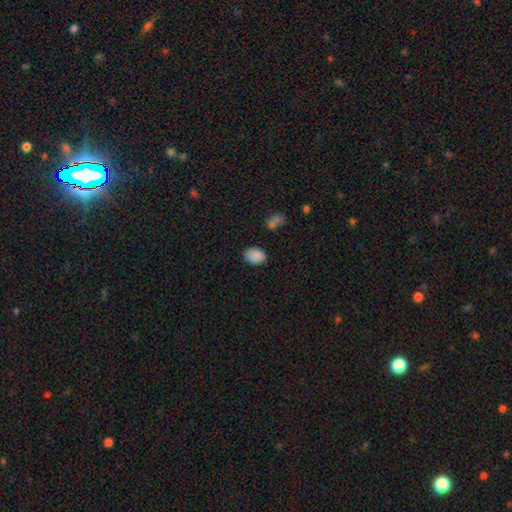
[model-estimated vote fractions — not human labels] This is clearly a smooth galaxy (87%). How rounded: likely in between (72%). Merging: clearly none (80%).